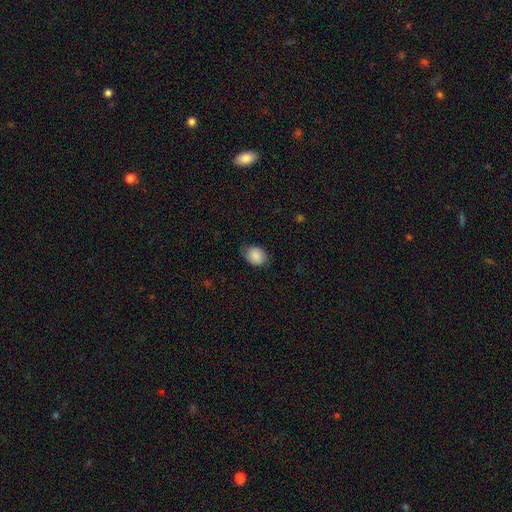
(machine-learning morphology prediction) This is clearly a smooth galaxy (87%). How rounded: possibly in between (56%). Merging: likely none (72%).